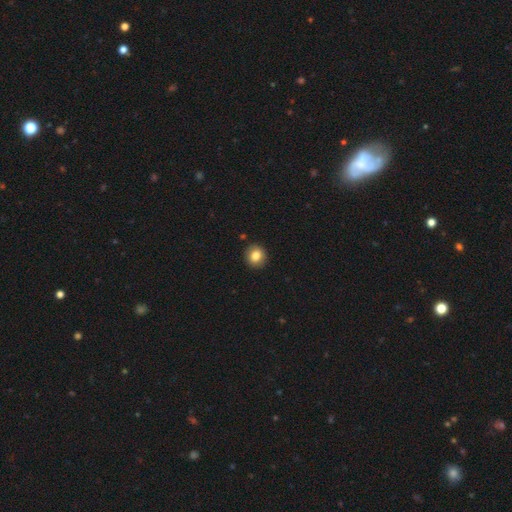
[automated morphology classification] Overall: smooth (84%). How rounded: round (86%). Merging: none (91%).